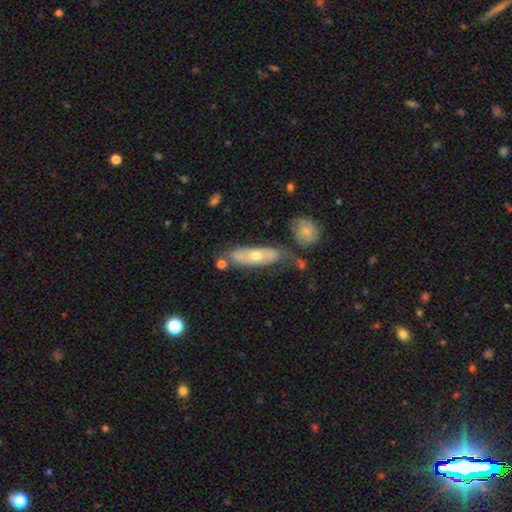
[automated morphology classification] A featured or disk galaxy (49%).

Vote fractions:
- Smooth or featured? featured or disk: 49% / smooth: 44% / star or artifact: 7%
- Merging? none: 52% / minor disturbance: 21% / merger: 18% / major disturbance: 9%